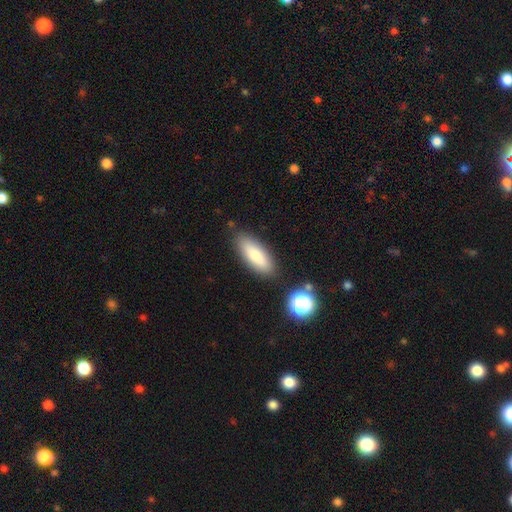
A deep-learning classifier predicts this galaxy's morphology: The model was most divided on "how rounded": in between: 67%, cigar-shaped: 31%, round: 2%. More confident: merging — none (82%); smooth or featured — smooth (79%).